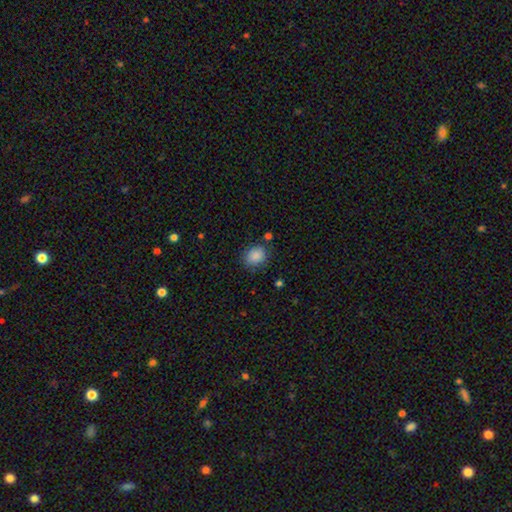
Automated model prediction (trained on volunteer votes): A smooth galaxy with no disk features (87%) that is round (54%). Merging: none (80%).